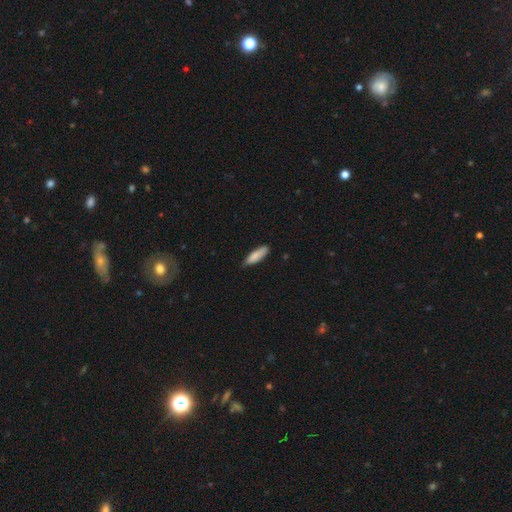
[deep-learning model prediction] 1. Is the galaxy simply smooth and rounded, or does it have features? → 85% smooth, 9% featured or disk, 6% star or artifact.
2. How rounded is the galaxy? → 54% cigar-shaped, 45% in between, 2% round.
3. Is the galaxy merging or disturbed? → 74% none, 22% minor disturbance, 3% major disturbance, 1% merger.